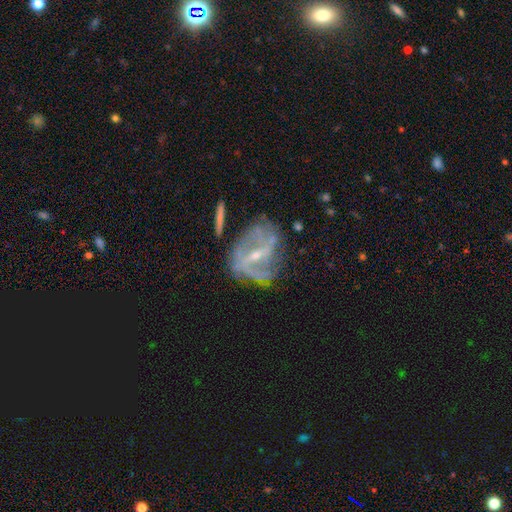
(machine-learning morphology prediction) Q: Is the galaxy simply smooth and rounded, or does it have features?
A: featured or disk — 83%.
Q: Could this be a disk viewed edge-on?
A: no — 96%.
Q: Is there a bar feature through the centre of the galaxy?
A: strong — 44%.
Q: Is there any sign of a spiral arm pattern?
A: yes — 86%.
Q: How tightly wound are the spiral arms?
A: medium — 40%.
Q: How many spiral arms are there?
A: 2 — 50%.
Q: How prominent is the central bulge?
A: small — 69%.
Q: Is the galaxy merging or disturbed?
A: none — 51%.